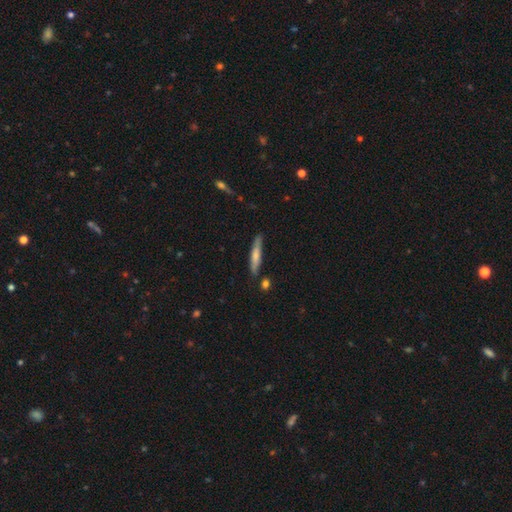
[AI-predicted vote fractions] smooth-or-featured: smooth: 61% | featured or disk: 33% | star or artifact: 6%
  how-rounded: cigar-shaped: 90% | in between: 9% | round: 2%
  merging: none: 82% | minor disturbance: 12% | merger: 4% | major disturbance: 2%